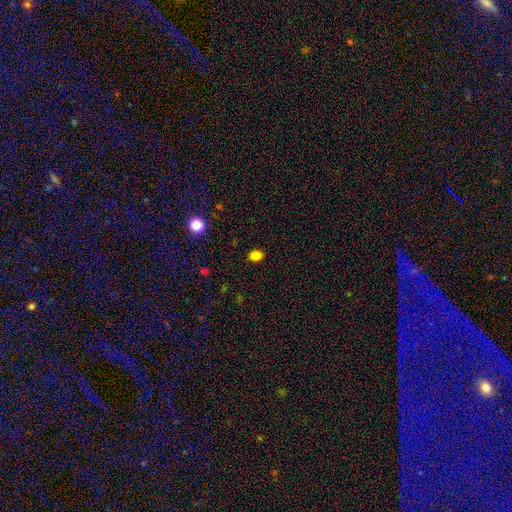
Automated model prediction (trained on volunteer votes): Smooth or featured? Predicted: smooth (p=0.83). How rounded? Predicted: in between (p=0.67). Merging? Predicted: none (p=0.86).